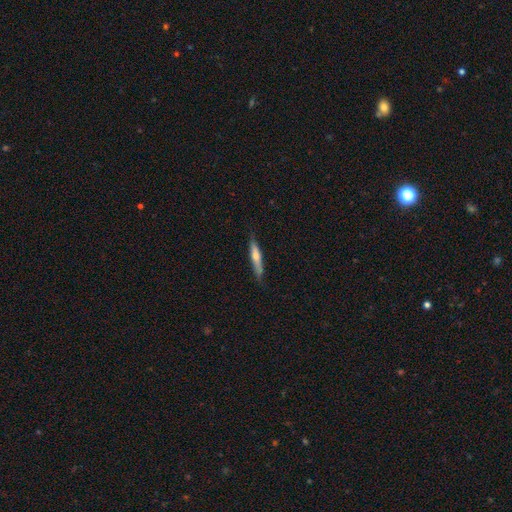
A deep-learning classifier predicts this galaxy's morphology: type=smooth (47%, tied with featured or disk); merging=none (83%).